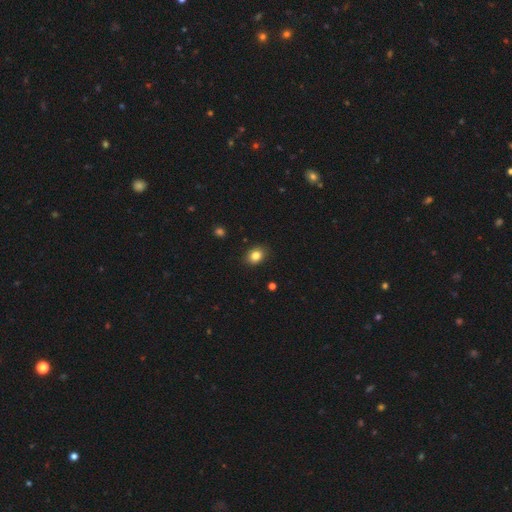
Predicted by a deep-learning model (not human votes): Smooth or featured? Predicted: smooth (p=0.84). How rounded? Predicted: in between (p=0.60). Merging? Predicted: none (p=0.88).